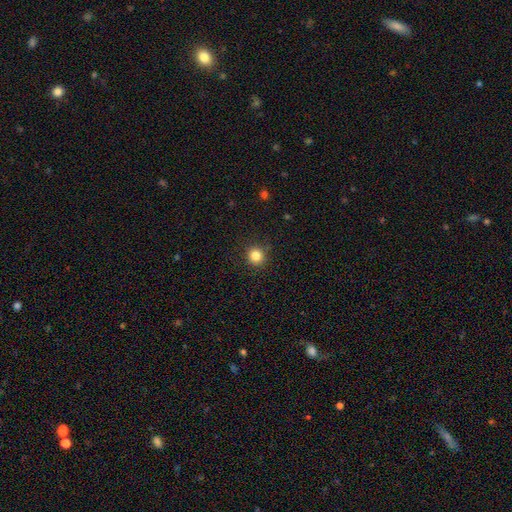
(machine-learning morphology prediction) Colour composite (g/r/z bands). It shows a smooth galaxy with no disk features (84%) that is round (93%). Merging: none (89%).